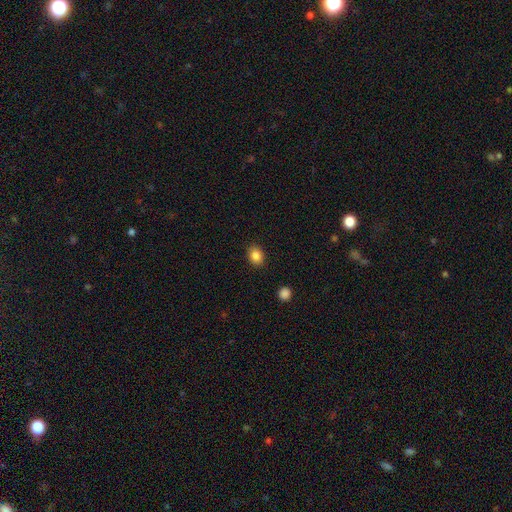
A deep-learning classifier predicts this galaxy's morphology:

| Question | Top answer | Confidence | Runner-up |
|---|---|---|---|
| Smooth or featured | smooth | 86% | star or artifact (10%) |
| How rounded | in between | 52% | round (47%) |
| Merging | none | 89% | minor disturbance (8%) |